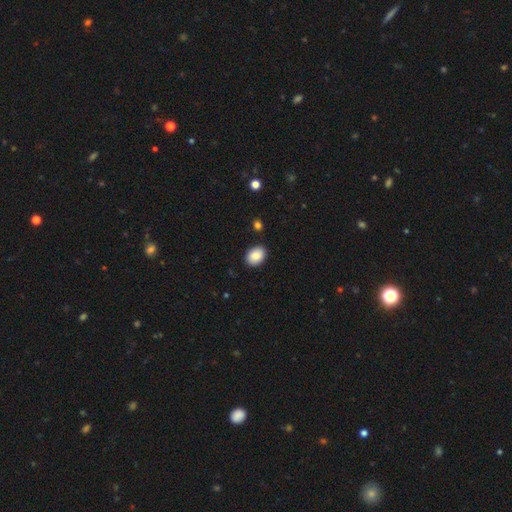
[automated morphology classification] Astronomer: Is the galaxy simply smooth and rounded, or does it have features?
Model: smooth — 87%.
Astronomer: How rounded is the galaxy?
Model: in between — 74%.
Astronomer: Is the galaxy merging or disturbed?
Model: none — 89%.